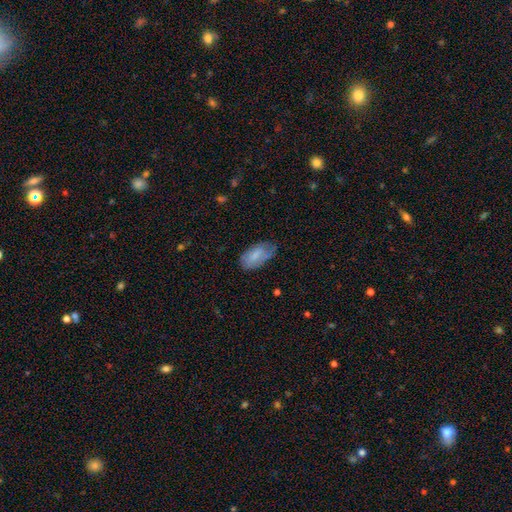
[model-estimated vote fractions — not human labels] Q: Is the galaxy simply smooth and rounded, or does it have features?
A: smooth — 67%.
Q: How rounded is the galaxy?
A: in between — 93%.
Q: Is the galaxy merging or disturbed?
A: none — 55%.